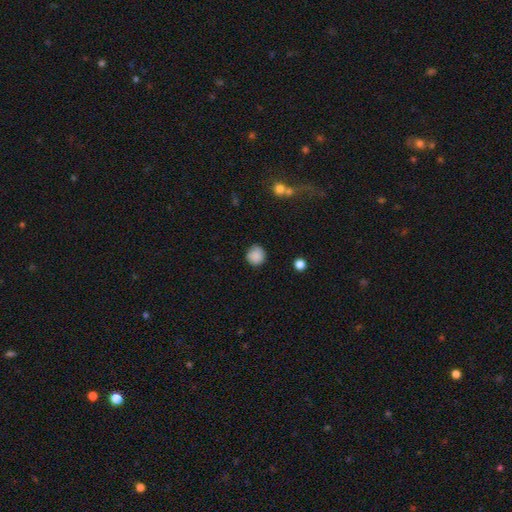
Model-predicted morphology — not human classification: A smooth galaxy with no disk features (87%) that is round (91%). Merging: none (84%).